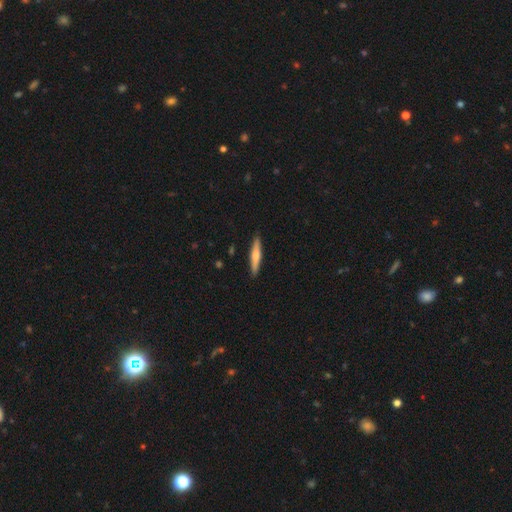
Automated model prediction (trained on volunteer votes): Morphology: type=smooth (55%); roundness=cigar-shaped (90%); merging=none (90%).